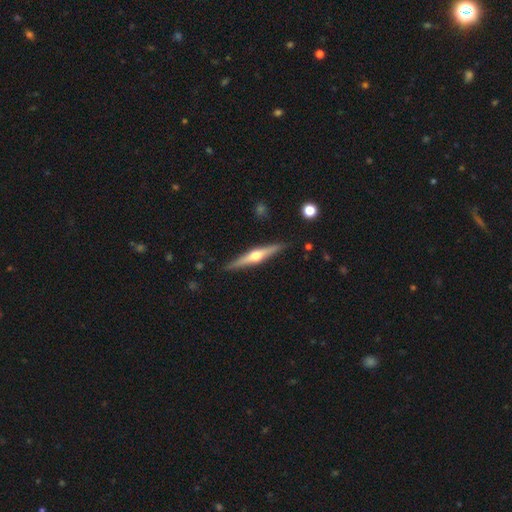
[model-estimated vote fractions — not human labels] Smooth or featured: featured or disk — 71% (smooth — 23%)
Edge-on disk: yes — 98% (no — 2%)
Edge-on bulge: rounded — 94% (boxy — 3%)
Merging: none — 89% (minor disturbance — 8%)